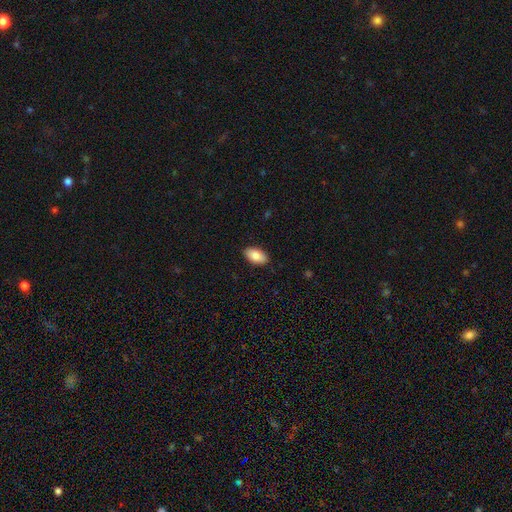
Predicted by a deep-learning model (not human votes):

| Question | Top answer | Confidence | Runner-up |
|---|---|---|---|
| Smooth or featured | smooth | 86% | featured or disk (7%) |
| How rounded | in between | 94% | round (3%) |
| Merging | none | 89% | minor disturbance (8%) |